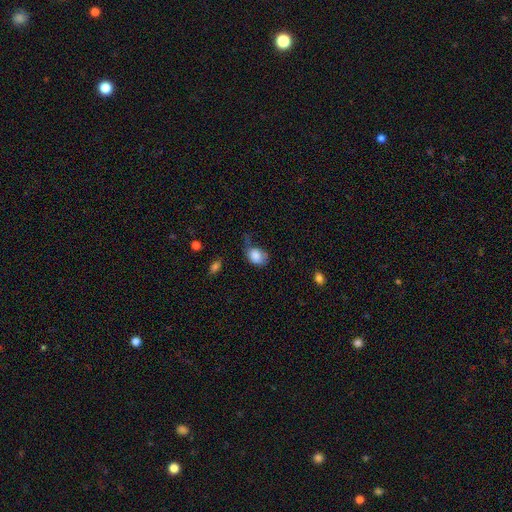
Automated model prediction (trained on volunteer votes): smooth-or-featured: smooth: 81% | featured or disk: 12% | star or artifact: 8%
  how-rounded: in between: 70% | round: 29% | cigar-shaped: 1%
  merging: minor disturbance: 35% | none: 32% | major disturbance: 29% | merger: 4%